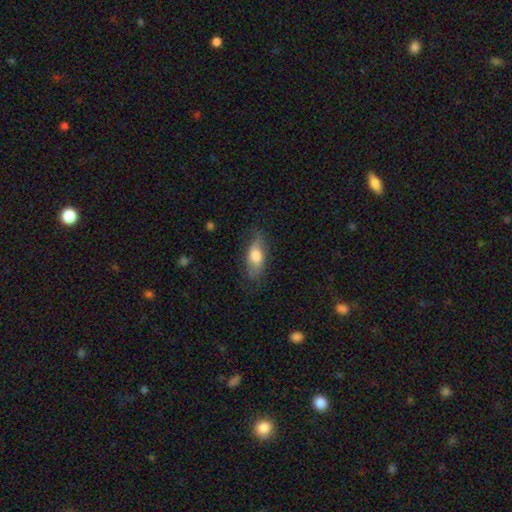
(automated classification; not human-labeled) Smooth or featured?
  - smooth: 66% *
  - featured or disk: 27%
  - star or artifact: 7%
How rounded?
  - in between: 80% *
  - cigar-shaped: 16%
  - round: 4%
Merging?
  - none: 64% *
  - minor disturbance: 26%
  - major disturbance: 9%
  - merger: 2%